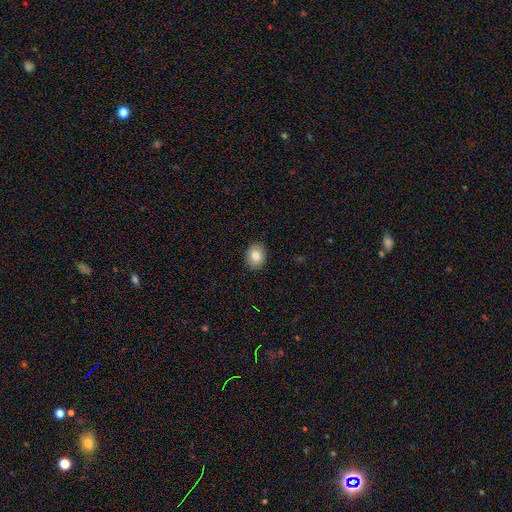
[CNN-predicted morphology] A smooth galaxy with no disk features (82%) that is in between round and cigar-shaped (58%). Merging: none (90%).